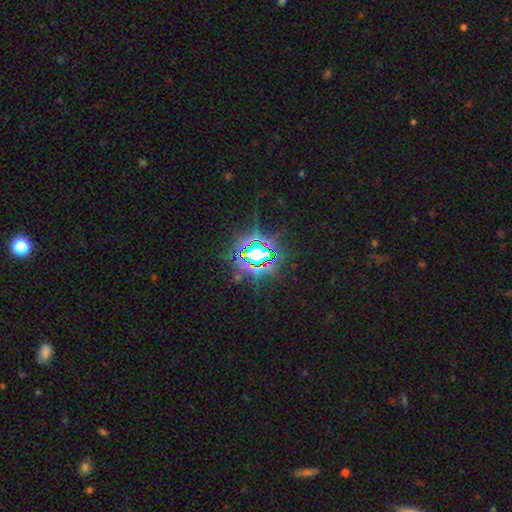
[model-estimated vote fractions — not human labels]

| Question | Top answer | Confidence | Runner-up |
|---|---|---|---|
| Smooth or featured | star or artifact | 77% | smooth (13%) |